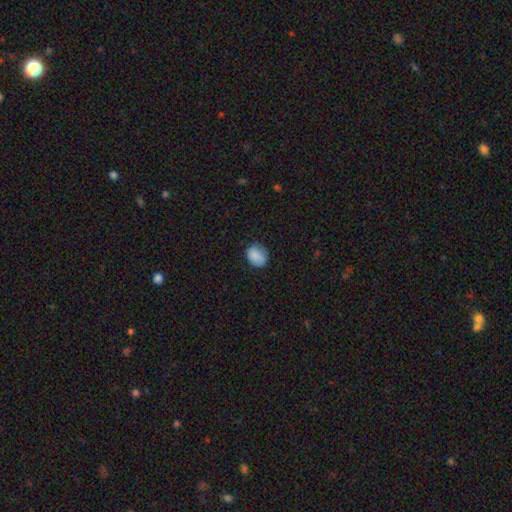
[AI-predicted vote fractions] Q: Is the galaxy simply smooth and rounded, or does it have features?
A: smooth — 86%.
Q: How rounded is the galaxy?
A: in between — 54%.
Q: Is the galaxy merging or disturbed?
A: none — 75%.